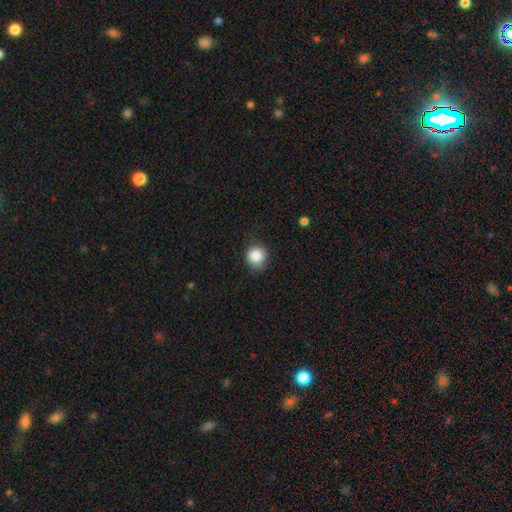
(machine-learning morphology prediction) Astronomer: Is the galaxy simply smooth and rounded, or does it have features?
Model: smooth — 86%.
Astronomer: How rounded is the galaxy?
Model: round — 86%.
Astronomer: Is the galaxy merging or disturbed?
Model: none — 80%.